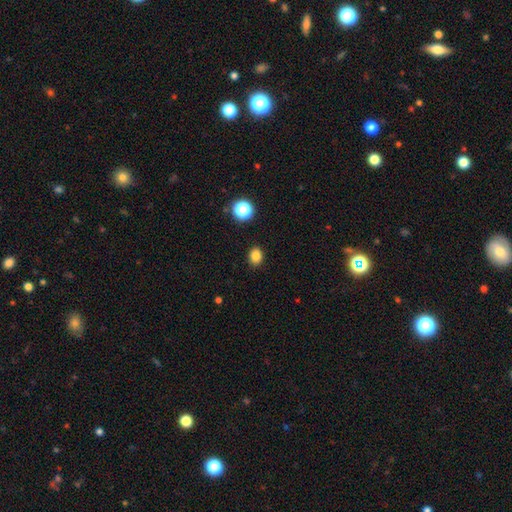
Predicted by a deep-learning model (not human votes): A smooth galaxy with no disk features (82%) that is round (55%). Merging: none (90%).